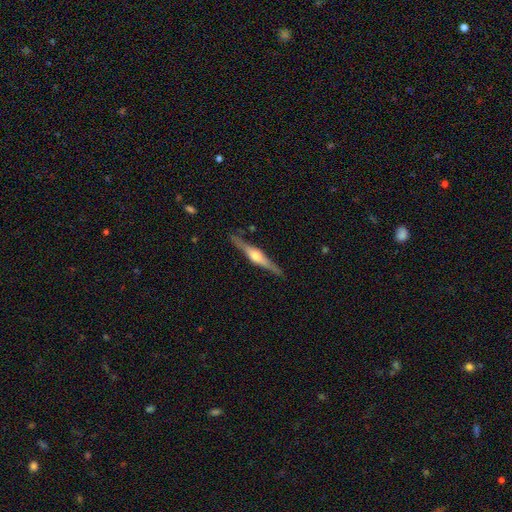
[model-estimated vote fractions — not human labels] The model was most divided on "smooth or featured": featured or disk: 79%, smooth: 16%, star or artifact: 5%. More confident: edge-on disk — yes (98%); edge-on bulge — rounded (89%); merging — none (88%).